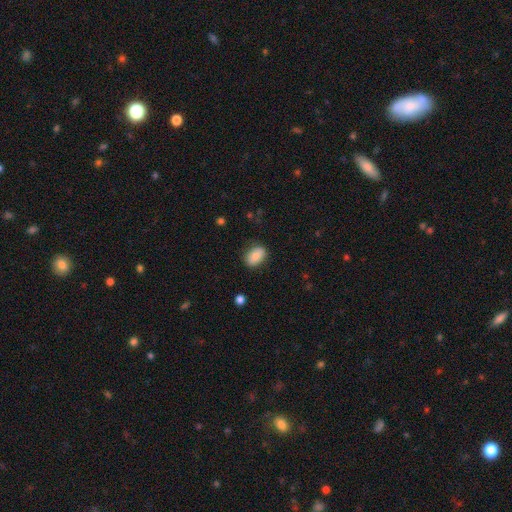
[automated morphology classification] A smooth galaxy with no disk features (85%) that is in between round and cigar-shaped (85%). Merging: none (81%).